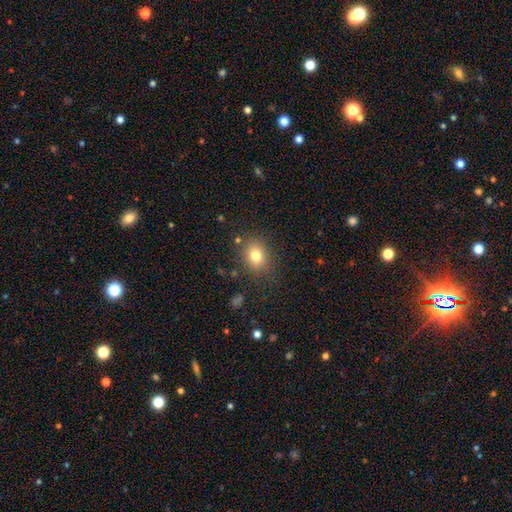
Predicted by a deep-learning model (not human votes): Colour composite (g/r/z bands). It shows a smooth galaxy with no disk features (78%) that is in between round and cigar-shaped (51%). Merging: none (81%).